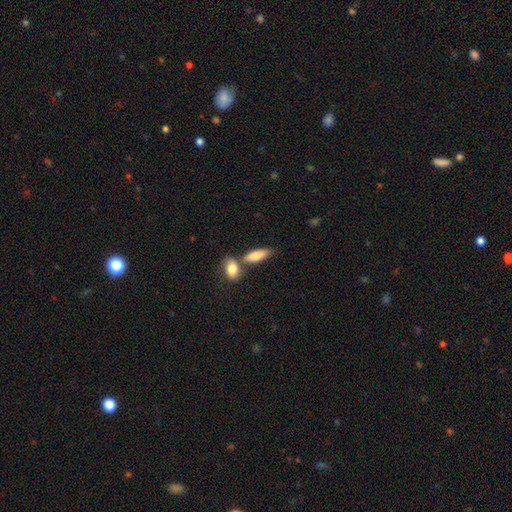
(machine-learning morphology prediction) This is likely a smooth galaxy (79%). How rounded: likely in between (69%). Merging: possibly none (50%).